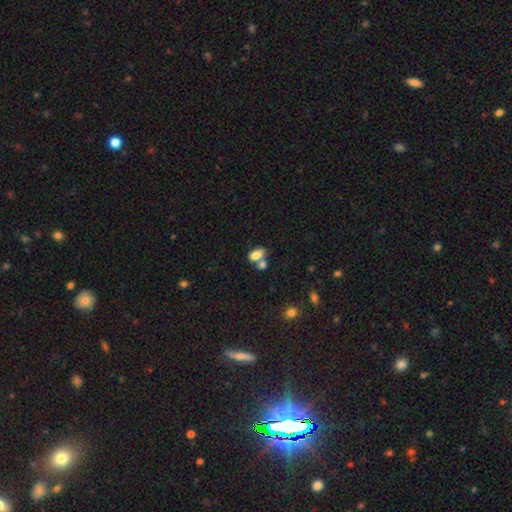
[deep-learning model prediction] Q: Smooth or featured?
A: smooth (80%); runner-up: featured or disk (12%)
Q: How rounded?
A: in between (89%); runner-up: round (8%)
Q: Merging?
A: merger (45%); runner-up: none (39%)